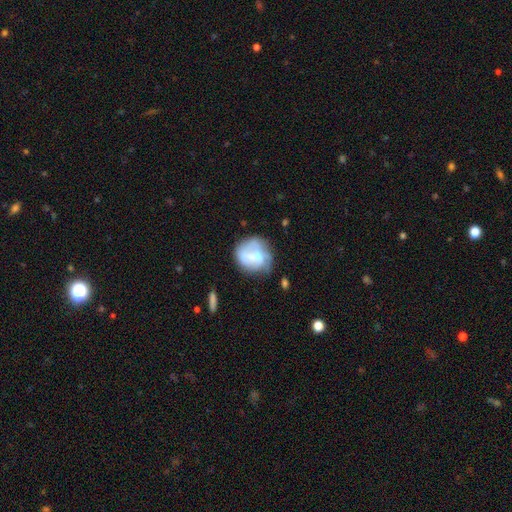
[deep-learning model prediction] Smooth or featured? Predicted: smooth (p=0.50). How rounded? Predicted: round (p=0.76). Merging? Predicted: none (p=0.46).